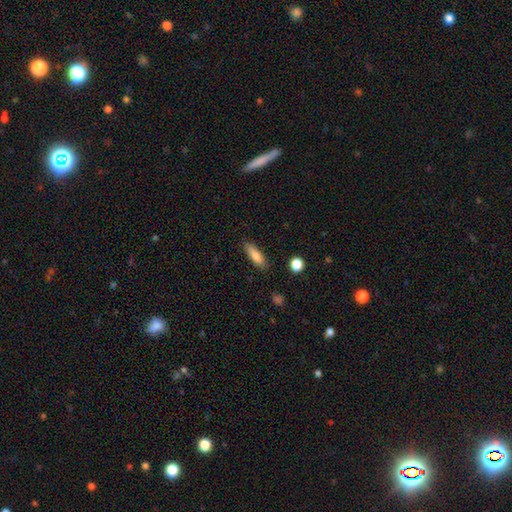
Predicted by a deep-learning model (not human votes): Morphology: type=smooth (81%); roundness=cigar-shaped (58%); merging=none (83%).